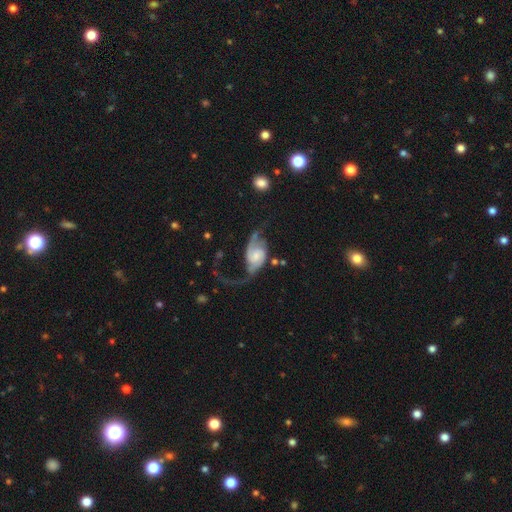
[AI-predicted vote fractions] This appears to be a featured or disk galaxy (85%) with no bar (59%), 2 (90%) loose (72%) spiral arms (96%) and a small central bulge (41%). Merging: none (42%).